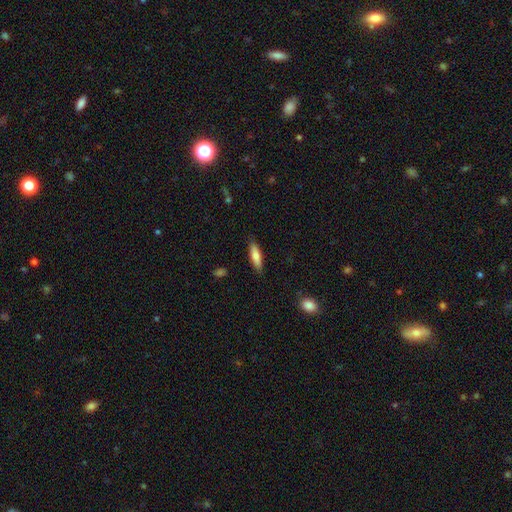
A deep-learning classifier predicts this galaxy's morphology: This is likely a smooth galaxy (75%). How rounded: likely cigar-shaped (62%). Merging: clearly none (87%).